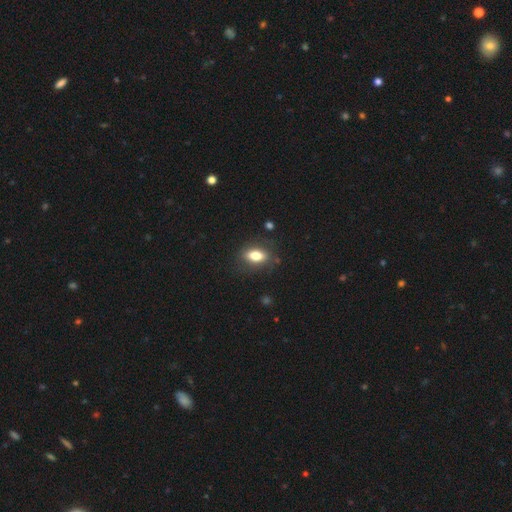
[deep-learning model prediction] Q: Smooth or featured?
A: smooth (79%); runner-up: featured or disk (13%)
Q: How rounded?
A: in between (84%); runner-up: round (10%)
Q: Merging?
A: none (80%); runner-up: minor disturbance (14%)